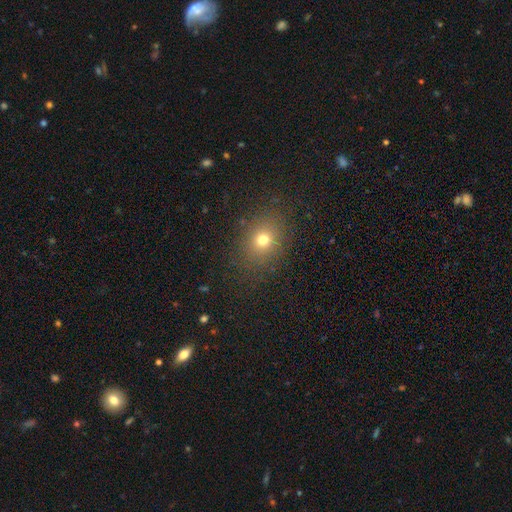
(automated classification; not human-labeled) Overall: smooth (67%). How rounded: round (56%; in between 43%). Merging: none (89%).